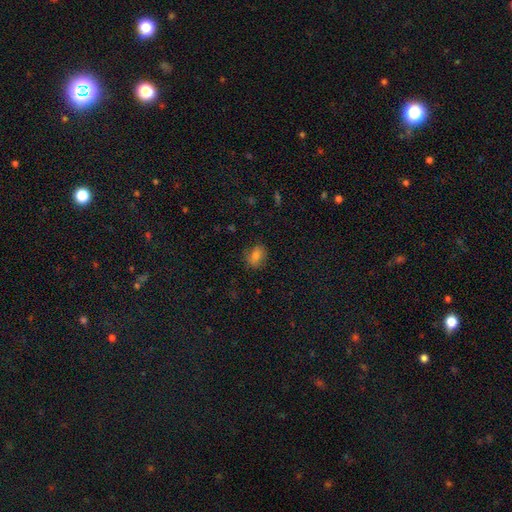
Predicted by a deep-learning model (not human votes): This is likely a smooth galaxy (74%). How rounded: possibly in between (52%). Merging: likely none (78%).